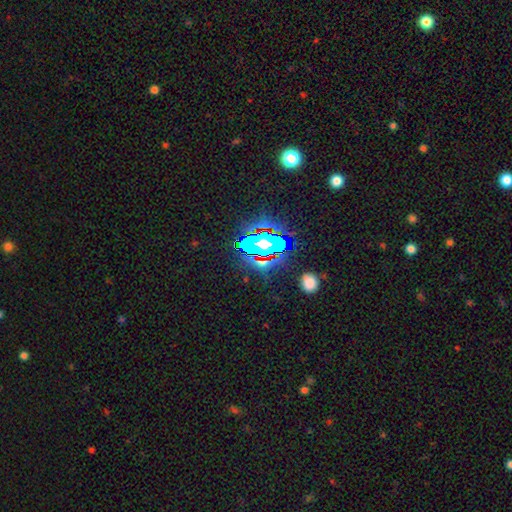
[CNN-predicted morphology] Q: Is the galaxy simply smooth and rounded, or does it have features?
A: star or artifact — 80%.